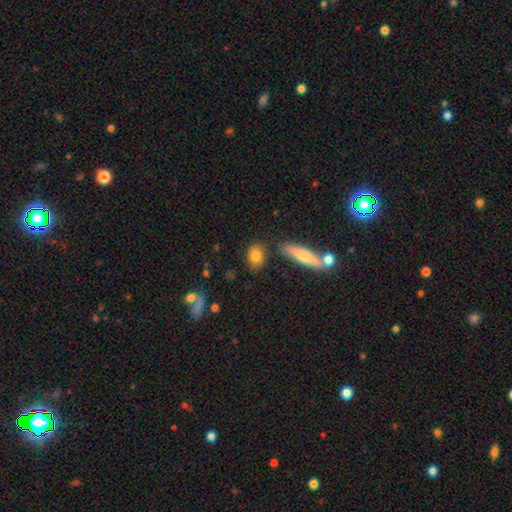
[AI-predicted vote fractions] smooth_or_featured: smooth (p=0.81) [alt: featured or disk p=0.11]
how_rounded: in between (p=0.72) [alt: round p=0.21]
merging: none (p=0.76) [alt: minor disturbance p=0.13]